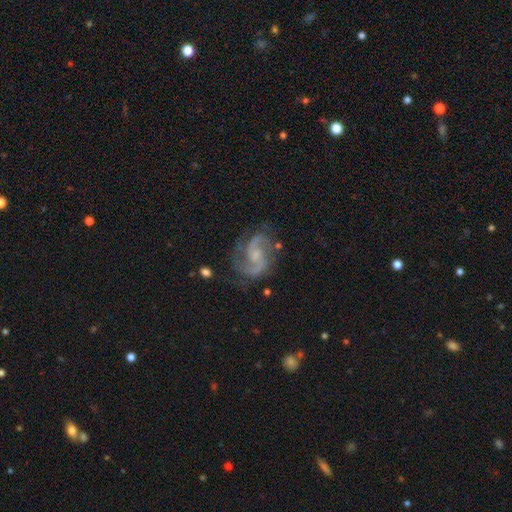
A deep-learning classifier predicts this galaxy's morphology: smooth-or-featured: featured or disk: 89% | star or artifact: 6% | smooth: 5%
  disk-edge-on: no: 98% | yes: 2%
    bar: no: 48% | weak: 43% | strong: 9%
    has-spiral-arms: yes: 97% | no: 3%
      spiral-winding: medium: 59% | loose: 24% | tight: 17%
      spiral-arm-count: 2: 90% | can't tell: 3% | 3: 3% | 1: 2% | 4: 1% | more than 4: 1%
    bulge-size: small: 51% | moderate: 27% | none: 19% | large: 2% | dominant: 1%
  merging: none: 71% | minor disturbance: 18% | major disturbance: 9% | merger: 2%